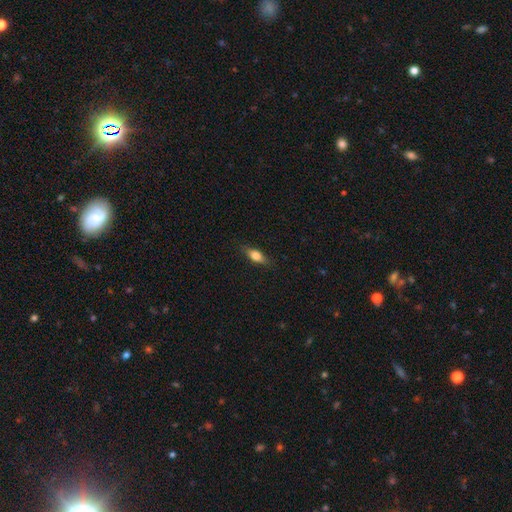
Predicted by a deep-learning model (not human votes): This appears to be a smooth galaxy with no disk features (71%) that is in between round and cigar-shaped (69%). Merging: none (83%).